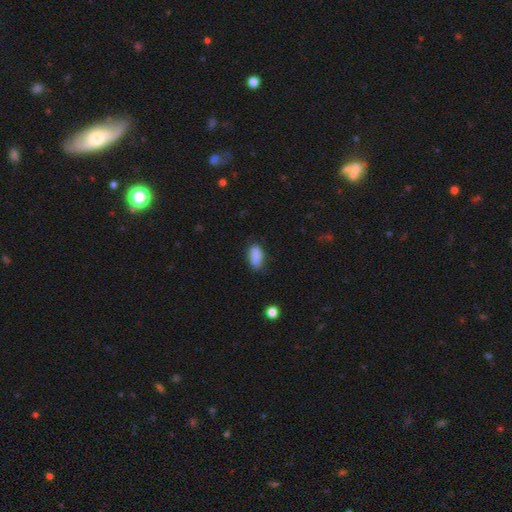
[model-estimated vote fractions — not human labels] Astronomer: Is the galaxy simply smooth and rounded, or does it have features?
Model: smooth — 86%.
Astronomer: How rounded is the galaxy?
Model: in between — 88%.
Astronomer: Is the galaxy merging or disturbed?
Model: none — 72%.